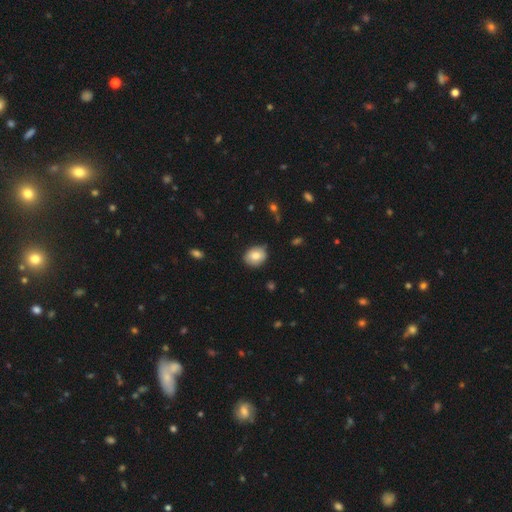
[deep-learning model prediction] Q: Smooth or featured?
A: smooth (80%); runner-up: featured or disk (12%)
Q: How rounded?
A: round (51%); runner-up: in between (48%)
Q: Merging?
A: none (82%); runner-up: minor disturbance (14%)